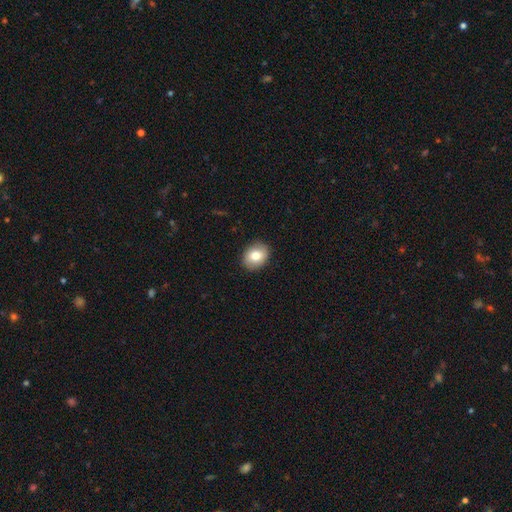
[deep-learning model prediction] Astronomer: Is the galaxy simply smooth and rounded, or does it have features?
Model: smooth — 79%.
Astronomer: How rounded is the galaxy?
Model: in between — 51% (runner-up: round, 48%).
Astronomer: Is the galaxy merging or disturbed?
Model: none — 89%.